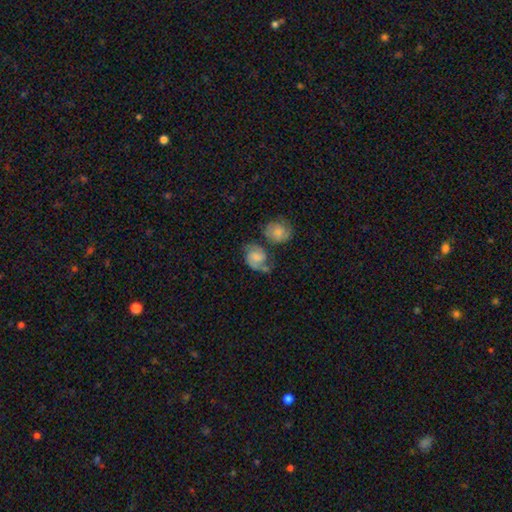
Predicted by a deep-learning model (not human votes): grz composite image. It shows a featured or disk galaxy (71%) with no bar (52%), 2 (86%) medium (51%) spiral arms (93%) and a small central bulge (35%). Merging: none (47%).